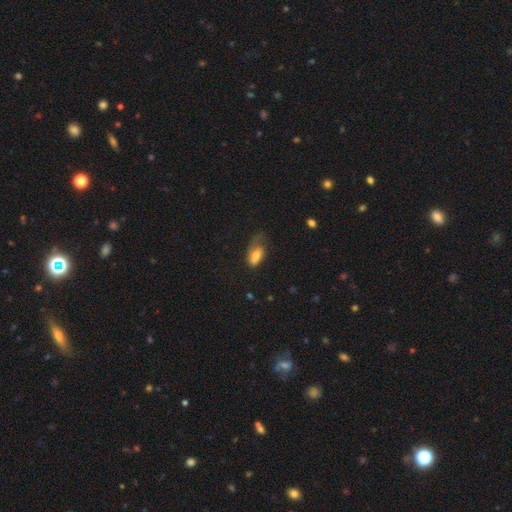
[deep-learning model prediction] Smooth or featured? smooth (69%)
How rounded? in between (89%)
Merging? major disturbance (34%)